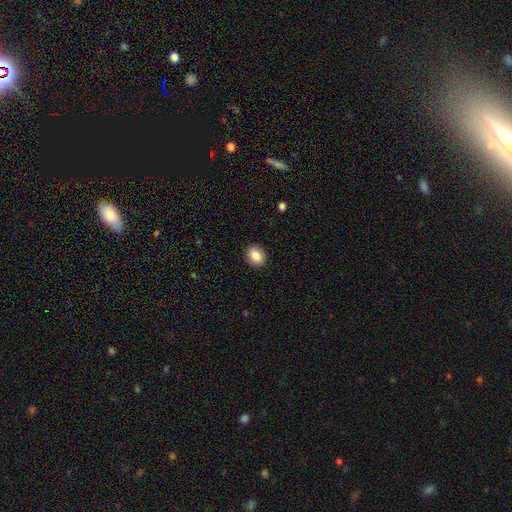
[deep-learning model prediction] Smooth or featured: smooth — 86% (star or artifact — 8%)
How rounded: round — 51% (in between — 48%)
Merging: none — 90% (minor disturbance — 7%)